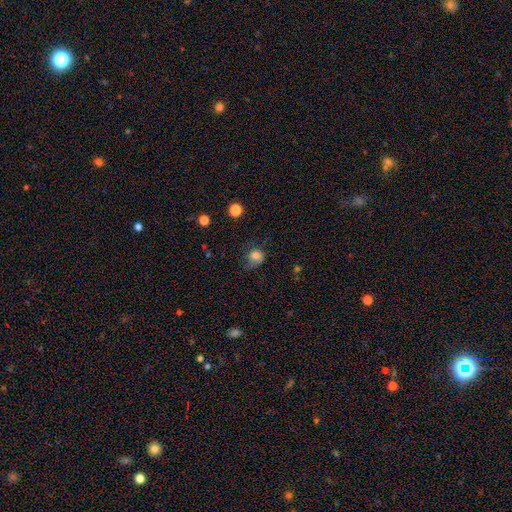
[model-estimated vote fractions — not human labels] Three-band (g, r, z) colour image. It shows a smooth galaxy with no disk features (80%) that is round (71%). Merging: none (50%).